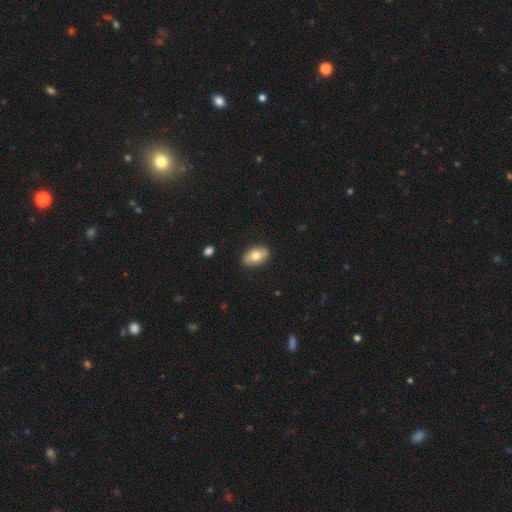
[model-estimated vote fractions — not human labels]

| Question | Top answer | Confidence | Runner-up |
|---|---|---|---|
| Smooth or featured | smooth | 73% | featured or disk (20%) |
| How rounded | in between | 90% | round (7%) |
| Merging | none | 87% | minor disturbance (9%) |